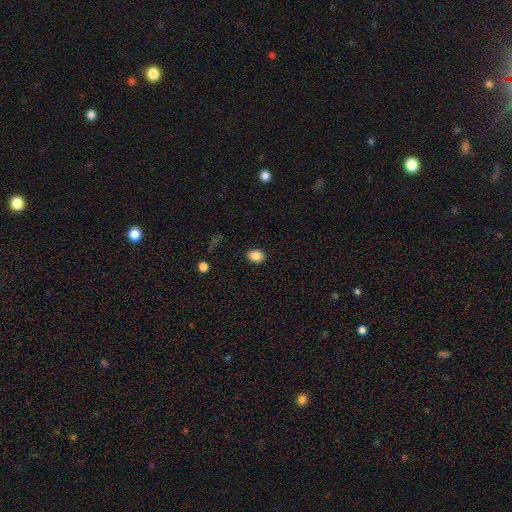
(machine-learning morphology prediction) type=smooth (86%); roundness=in between (62%); merging=none (89%).